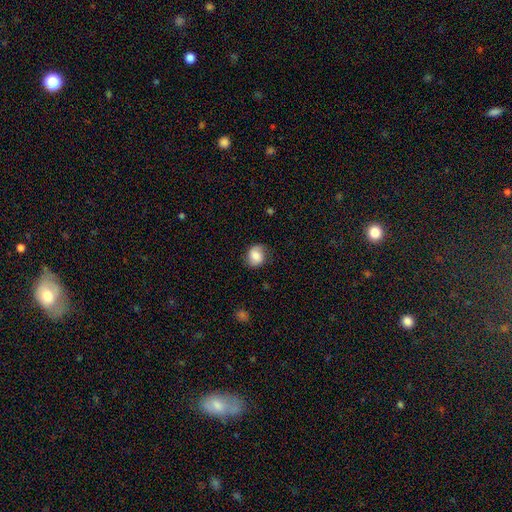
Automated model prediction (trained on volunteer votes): Smooth or featured: smooth — 80% (featured or disk — 12%)
How rounded: round — 65% (in between — 34%)
Merging: none — 75% (minor disturbance — 19%)